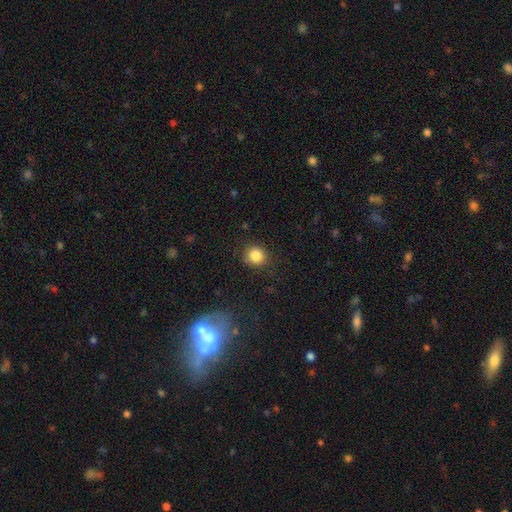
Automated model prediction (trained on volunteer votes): Q: Smooth or featured?
A: smooth (85%); runner-up: star or artifact (10%)
Q: How rounded?
A: round (84%); runner-up: in between (15%)
Q: Merging?
A: none (85%); runner-up: minor disturbance (10%)